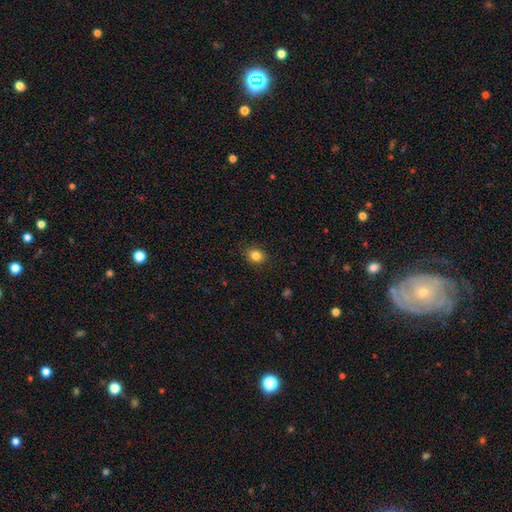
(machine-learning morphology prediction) Smooth or featured? smooth (83%)
How rounded? round (59%)
Merging? none (88%)